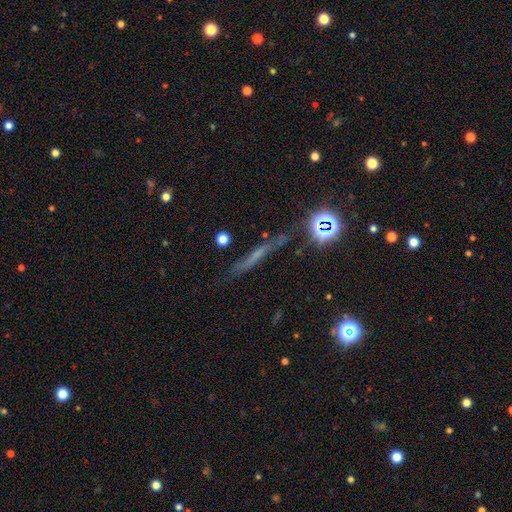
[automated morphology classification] This appears to be a featured or disk galaxy (40%). Merging: none (74%).